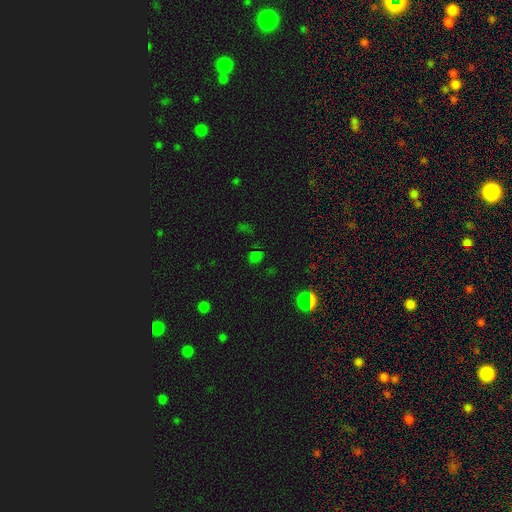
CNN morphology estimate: smooth 50%, star or artifact 44%, featured or disk 7%. Down the decision tree: merging — none (75%).